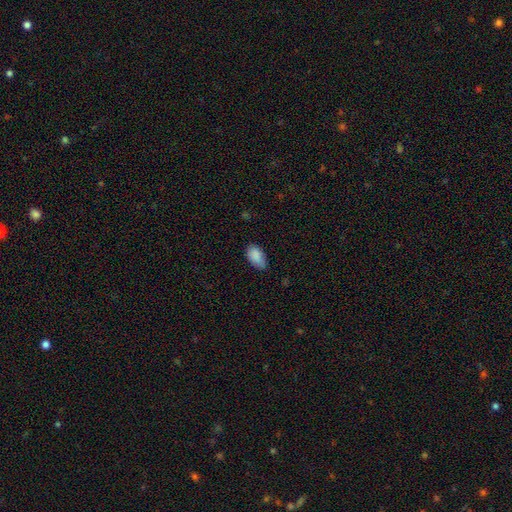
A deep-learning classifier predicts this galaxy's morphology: smooth_or_featured: smooth (p=0.88) [alt: star or artifact p=0.07]
how_rounded: in between (p=0.94) [alt: round p=0.05]
merging: none (p=0.68) [alt: minor disturbance p=0.26]